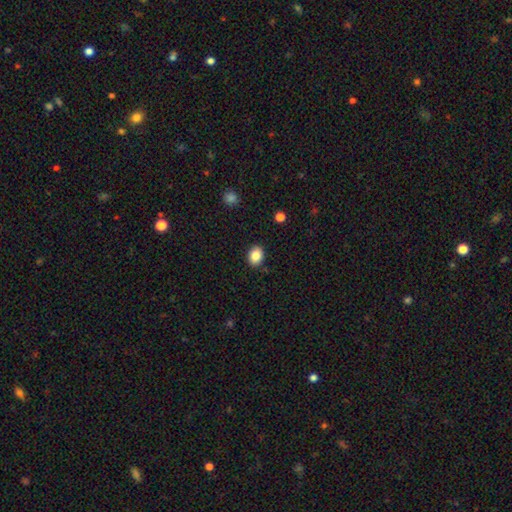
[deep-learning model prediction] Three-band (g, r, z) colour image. It shows a smooth galaxy with no disk features (86%) that is in between round and cigar-shaped (62%). Merging: none (89%).